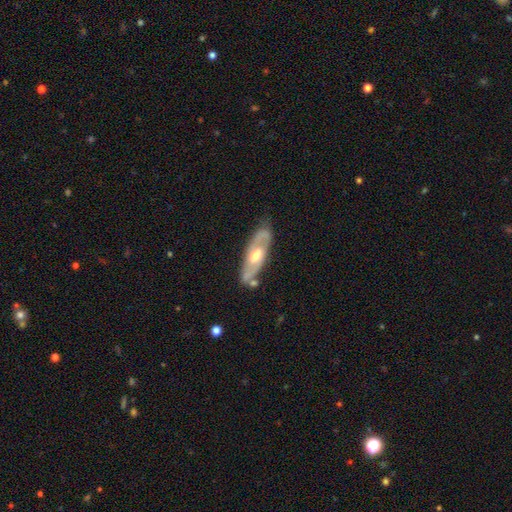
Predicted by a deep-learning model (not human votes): Q: Smooth or featured?
A: featured or disk (68%); runner-up: smooth (27%)
Q: Edge-on disk?
A: no (76%); runner-up: yes (24%)
Q: Bar?
A: no (61%); runner-up: weak (29%)
Q: Spiral arms?
A: yes (58%); runner-up: no (42%)
Q: Bulge size?
A: moderate (72%); runner-up: small (16%)
Q: Merging?
A: none (73%); runner-up: minor disturbance (17%)